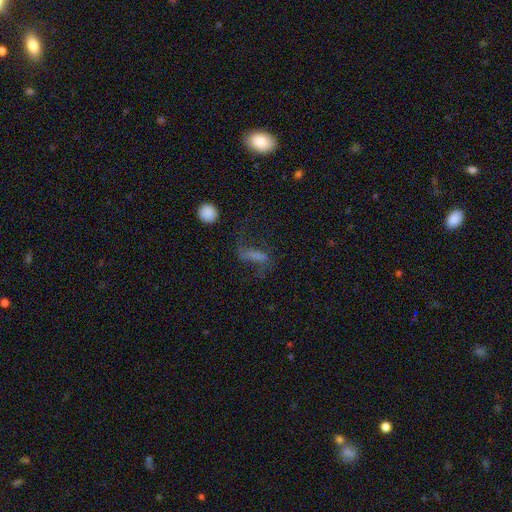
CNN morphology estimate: Smooth or featured?
  - featured or disk: 45% *
  - smooth: 38%
  - star or artifact: 17%
Merging?
  - none: 47% *
  - major disturbance: 33%
  - minor disturbance: 16%
  - merger: 4%